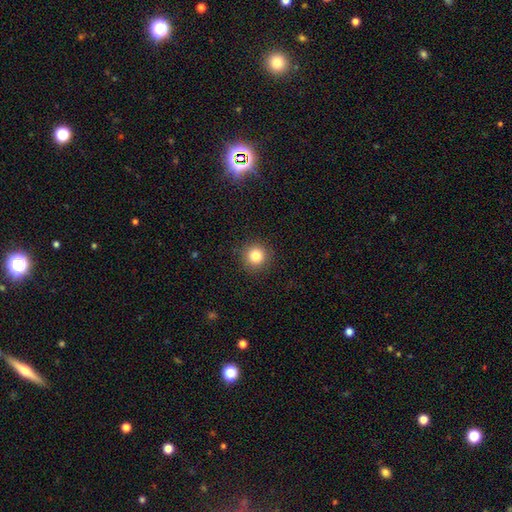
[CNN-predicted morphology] Q: Smooth or featured?
A: smooth (83%); runner-up: star or artifact (11%)
Q: How rounded?
A: round (95%); runner-up: in between (4%)
Q: Merging?
A: none (91%); runner-up: minor disturbance (6%)